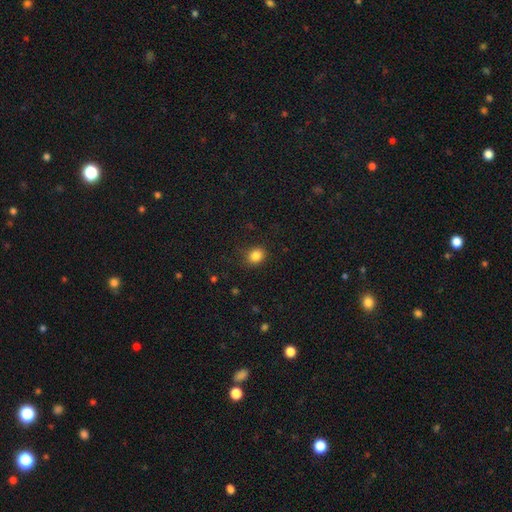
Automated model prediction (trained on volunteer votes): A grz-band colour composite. It shows a smooth galaxy with no disk features (85%) that is round (61%). Merging: none (84%).